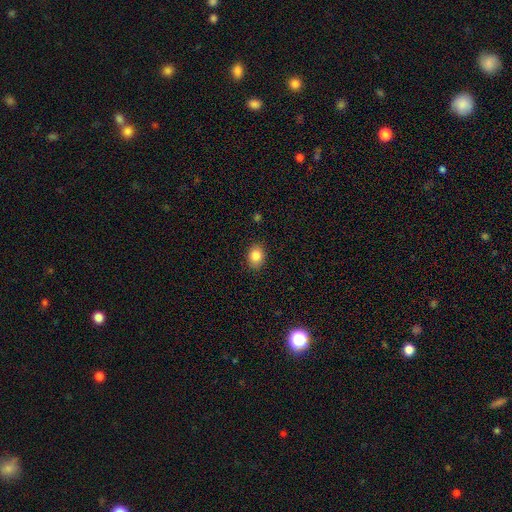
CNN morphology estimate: Smooth or featured? Predicted: smooth (p=0.84). How rounded? Predicted: in between (p=0.58). Merging? Predicted: none (p=0.88).